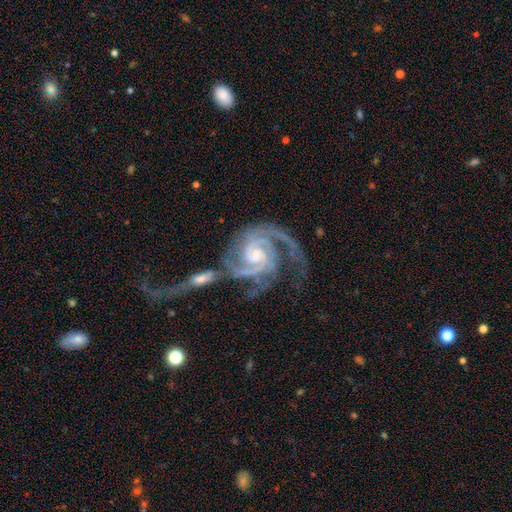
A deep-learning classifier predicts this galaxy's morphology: smooth_or_featured: featured or disk (p=0.93) [alt: star or artifact p=0.04]
disk_edge_on: no (p=0.98) [alt: yes p=0.02]
bar: no (p=0.49) [alt: weak p=0.38]
has_spiral_arms: yes (p=0.99) [alt: no p=0.01]
spiral_winding: tight (p=0.49) [alt: medium p=0.43]
spiral_arm_count: 2 (p=0.58) [alt: 3 p=0.22]
bulge_size: small (p=0.55) [alt: moderate p=0.37]
merging: none (p=0.35) [alt: merger p=0.33]